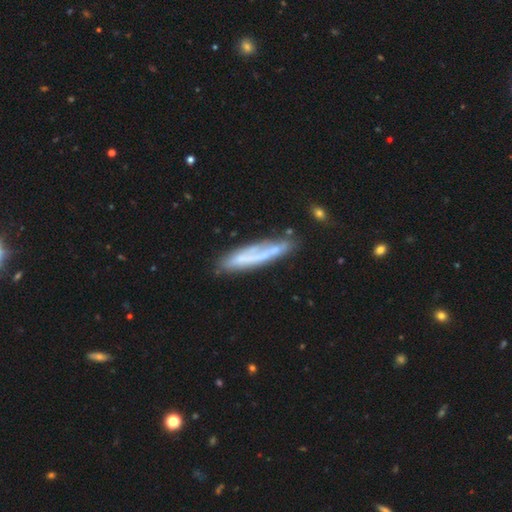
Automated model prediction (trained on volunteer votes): The model was most divided on "edge-on disk": yes: 57%, no: 43%. More confident: merging — none (64%); smooth or featured — featured or disk (54%).